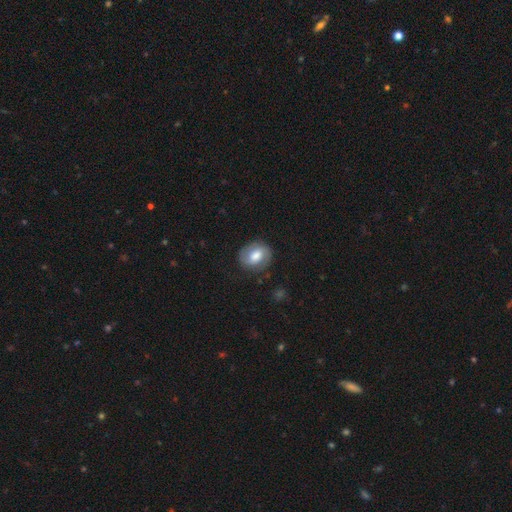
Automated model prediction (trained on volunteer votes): This appears to be a smooth galaxy with no disk features (55%) that is round (50%). Merging: none (79%).